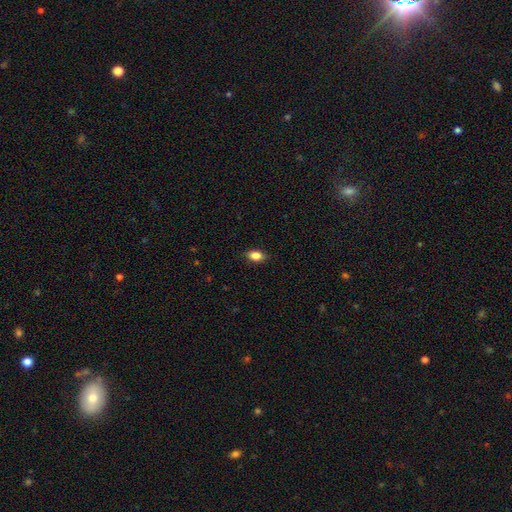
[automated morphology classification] A smooth galaxy with no disk features (85%) that is in between round and cigar-shaped (84%). Merging: none (86%).